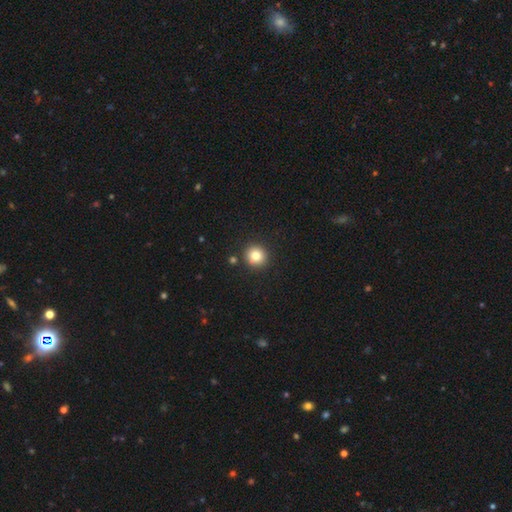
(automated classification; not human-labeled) This is clearly a smooth galaxy (82%). How rounded: clearly round (93%). Merging: clearly none (89%).